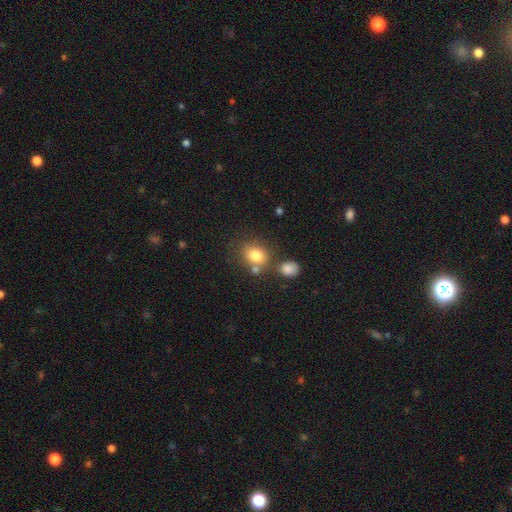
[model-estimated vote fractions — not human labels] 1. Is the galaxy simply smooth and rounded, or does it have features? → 79% smooth, 11% star or artifact, 10% featured or disk.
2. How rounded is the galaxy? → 53% round, 46% in between, 1% cigar-shaped.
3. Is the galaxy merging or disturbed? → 60% none, 21% merger, 14% minor disturbance, 5% major disturbance.